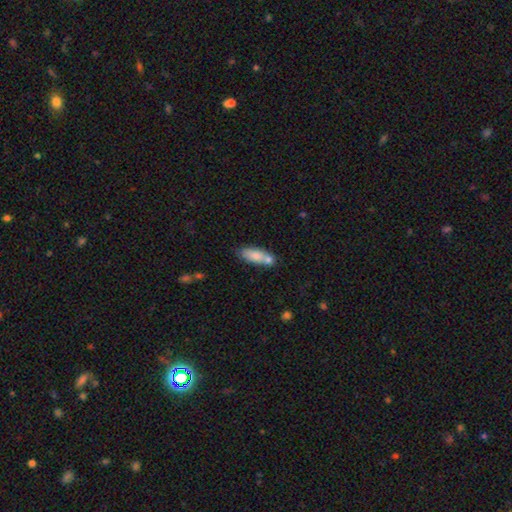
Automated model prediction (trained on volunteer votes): Smooth or featured: smooth — 78% (featured or disk — 15%)
How rounded: in between — 64% (cigar-shaped — 33%)
Merging: none — 55% (merger — 24%)